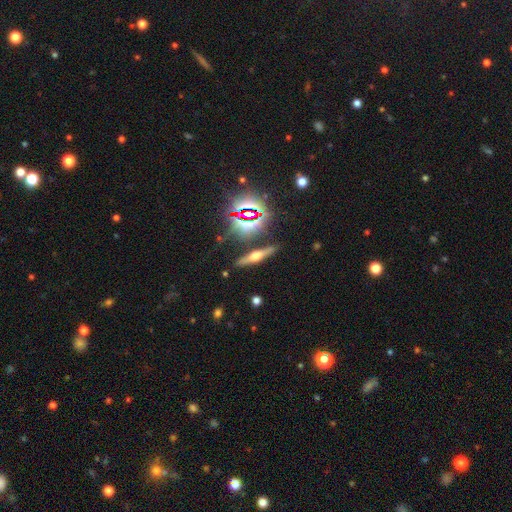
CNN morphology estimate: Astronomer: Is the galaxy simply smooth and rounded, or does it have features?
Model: featured or disk — 54%.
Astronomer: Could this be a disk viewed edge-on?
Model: yes — 93%.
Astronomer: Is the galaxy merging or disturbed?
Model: none — 84%.